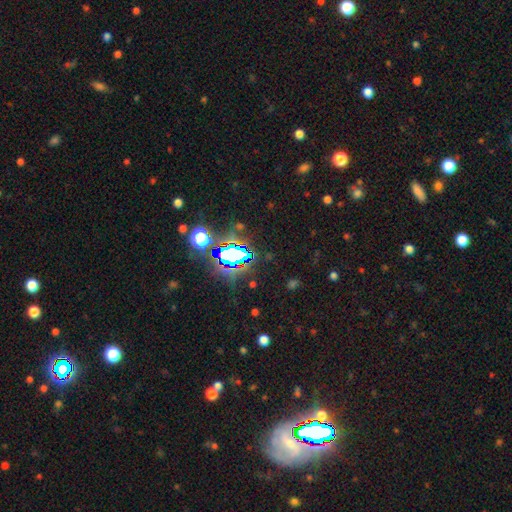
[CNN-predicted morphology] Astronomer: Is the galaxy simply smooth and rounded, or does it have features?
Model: star or artifact — 79%.